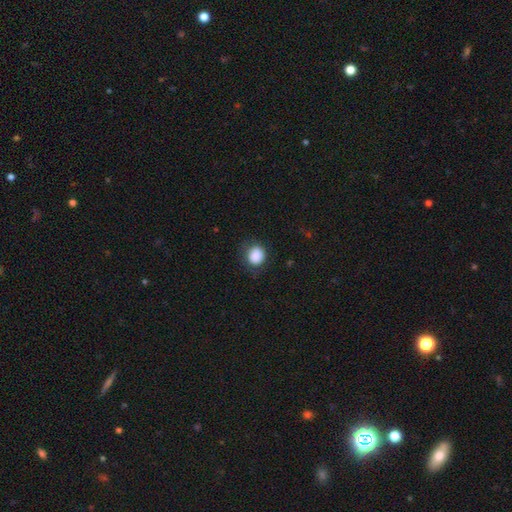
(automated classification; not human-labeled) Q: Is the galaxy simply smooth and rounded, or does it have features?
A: smooth — 88%.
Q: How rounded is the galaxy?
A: round — 76%.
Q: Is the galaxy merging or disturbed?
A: none — 74%.